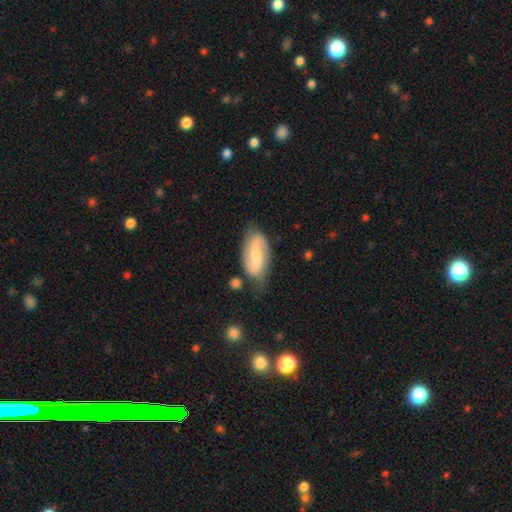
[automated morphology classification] type=featured or disk (78%); edge-on=no (95%); bar=weak (42%); spiral arms=yes (94%); winding=loose (53%); arm count=2 (92%); bulge=moderate (48%); merging=none (74%).